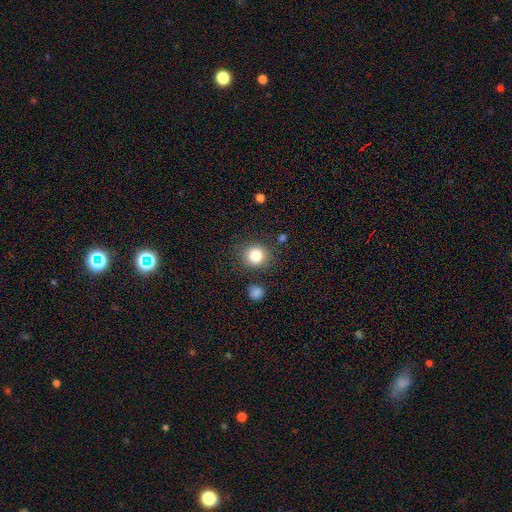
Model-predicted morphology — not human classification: The model was most divided on "smooth or featured": smooth: 82%, star or artifact: 11%, featured or disk: 7%. More confident: how rounded — round (88%); merging — none (83%).